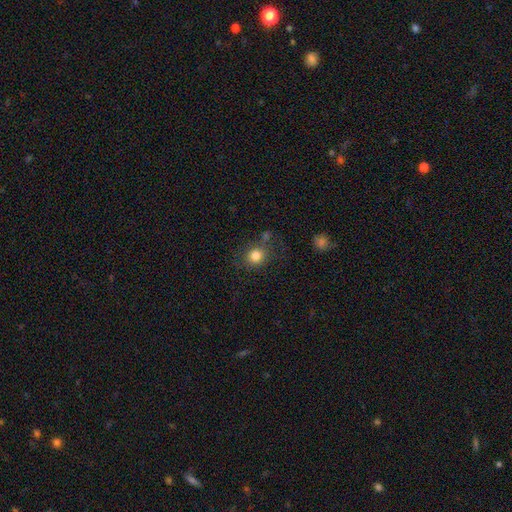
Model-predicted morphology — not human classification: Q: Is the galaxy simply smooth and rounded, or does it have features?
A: smooth — 82%.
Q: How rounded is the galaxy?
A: round — 81%.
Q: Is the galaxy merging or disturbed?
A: none — 70%.